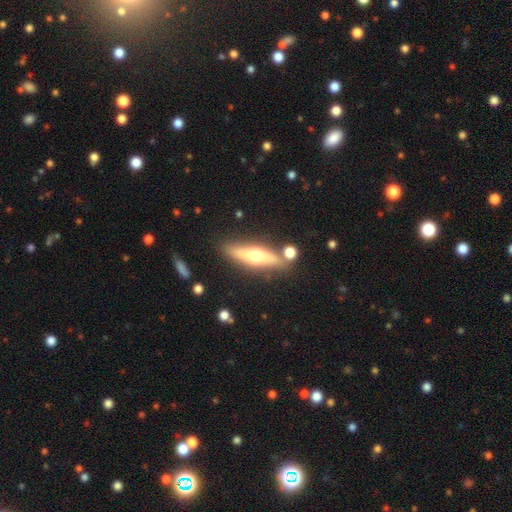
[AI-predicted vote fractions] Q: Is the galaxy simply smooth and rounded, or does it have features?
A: featured or disk — 58%.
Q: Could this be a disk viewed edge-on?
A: yes — 91%.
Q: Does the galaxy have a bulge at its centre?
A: rounded — 94%.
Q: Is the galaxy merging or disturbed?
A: none — 80%.